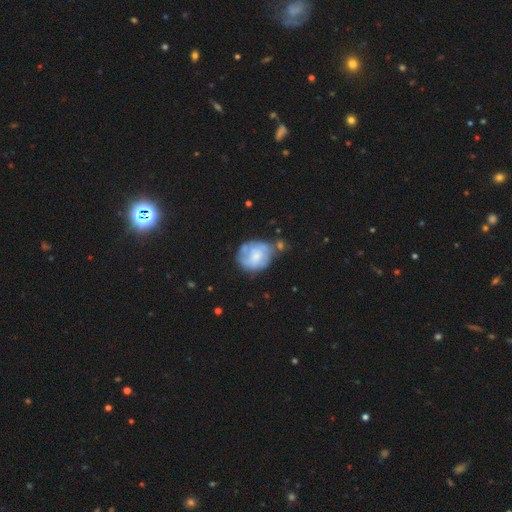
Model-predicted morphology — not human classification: A featured or disk galaxy (49%).

Vote fractions:
- Smooth or featured? featured or disk: 49% / smooth: 44% / star or artifact: 7%
- Merging? none: 45% / minor disturbance: 28% / major disturbance: 14% / merger: 13%